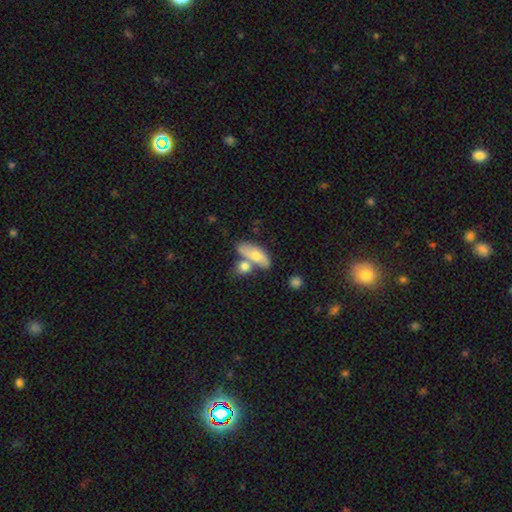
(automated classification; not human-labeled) smooth-or-featured: smooth: 61% | featured or disk: 32% | star or artifact: 7%
  how-rounded: in between: 74% | cigar-shaped: 20% | round: 6%
  merging: none: 41% | merger: 38% | minor disturbance: 15% | major disturbance: 6%